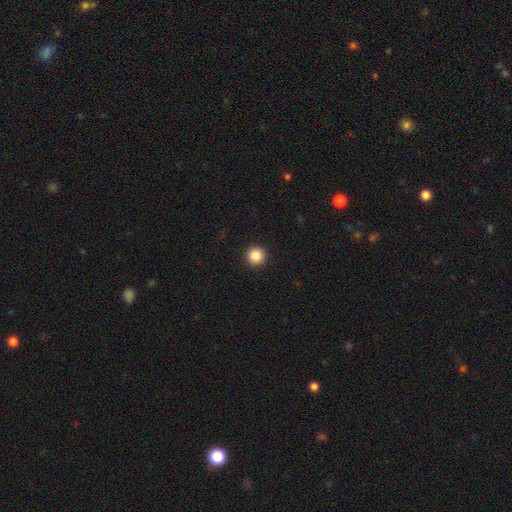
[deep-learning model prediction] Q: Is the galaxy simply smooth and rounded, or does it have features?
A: smooth — 86%.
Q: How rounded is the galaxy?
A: round — 96%.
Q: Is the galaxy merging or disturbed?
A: none — 93%.